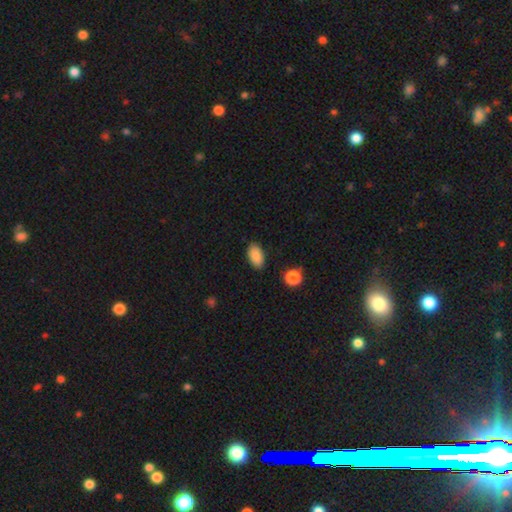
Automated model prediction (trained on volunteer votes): Overall: smooth (88%). How rounded: in between (92%). Merging: none (84%).